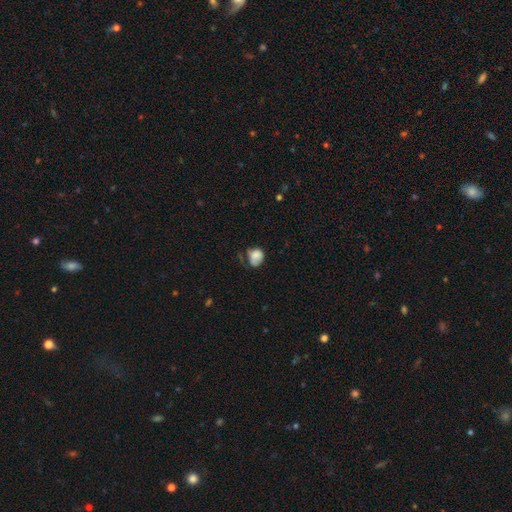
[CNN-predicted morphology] type=smooth (75%); roundness=round (51%); merging=none (34%, tied with minor disturbance).